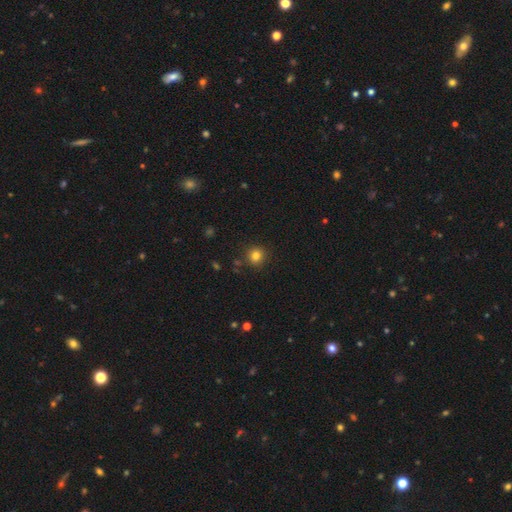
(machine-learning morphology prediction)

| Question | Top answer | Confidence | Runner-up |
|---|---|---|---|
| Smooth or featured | smooth | 80% | star or artifact (14%) |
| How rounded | round | 91% | in between (8%) |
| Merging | none | 87% | minor disturbance (8%) |